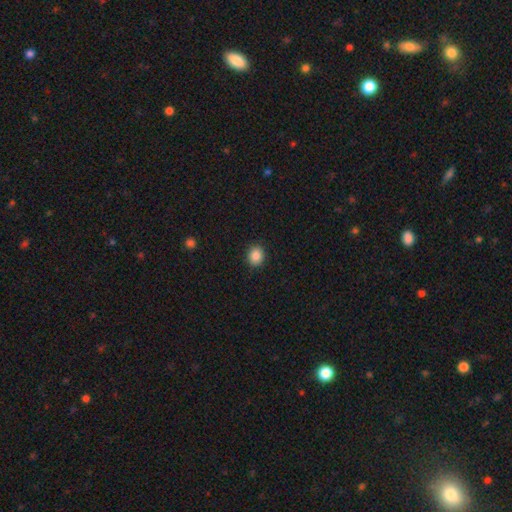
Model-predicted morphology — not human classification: Smooth or featured?
  - smooth: 88% *
  - star or artifact: 9%
  - featured or disk: 3%
How rounded?
  - round: 68% *
  - in between: 31%
  - cigar-shaped: 1%
Merging?
  - none: 90% *
  - minor disturbance: 7%
  - major disturbance: 2%
  - merger: 1%